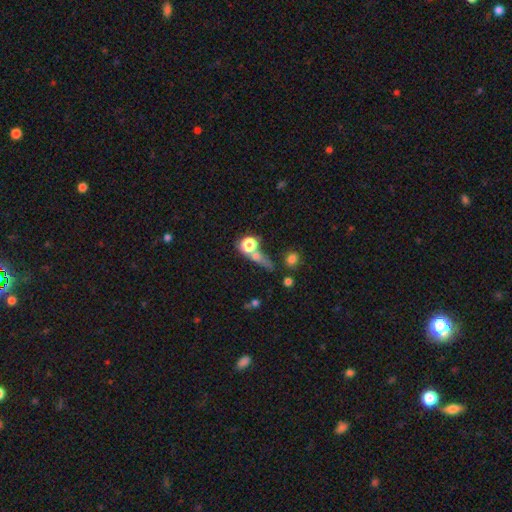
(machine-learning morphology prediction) Smooth or featured? smooth (52%)
How rounded? round (58%)
Merging? none (53%)